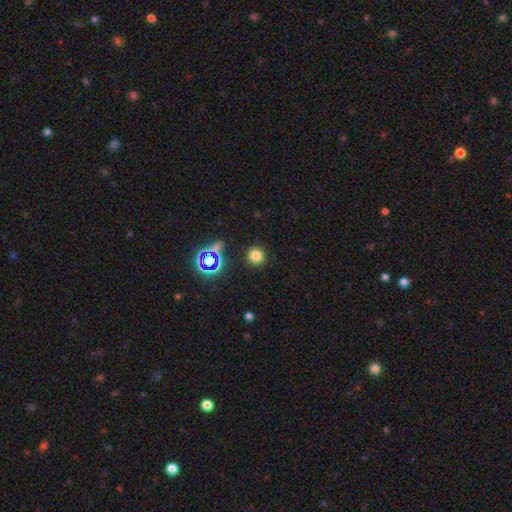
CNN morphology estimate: Q: Smooth or featured?
A: smooth (74%); runner-up: star or artifact (20%)
Q: How rounded?
A: round (94%); runner-up: in between (5%)
Q: Merging?
A: none (89%); runner-up: minor disturbance (6%)